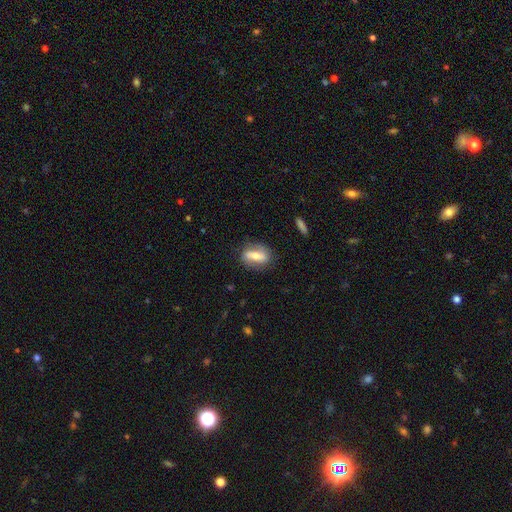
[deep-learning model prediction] smooth_or_featured: featured or disk (p=0.47) [alt: smooth p=0.46]
merging: none (p=0.76) [alt: minor disturbance p=0.16]